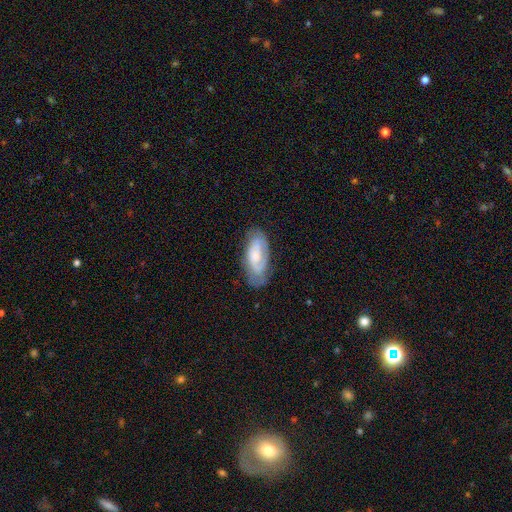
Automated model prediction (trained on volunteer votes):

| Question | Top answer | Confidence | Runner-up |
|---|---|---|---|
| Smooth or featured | featured or disk | 59% | smooth (35%) |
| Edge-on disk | no | 90% | yes (10%) |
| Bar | no | 60% | weak (31%) |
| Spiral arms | yes | 82% | no (18%) |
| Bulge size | small | 37% | tied: moderate (37%) |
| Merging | none | 66% | minor disturbance (23%) |